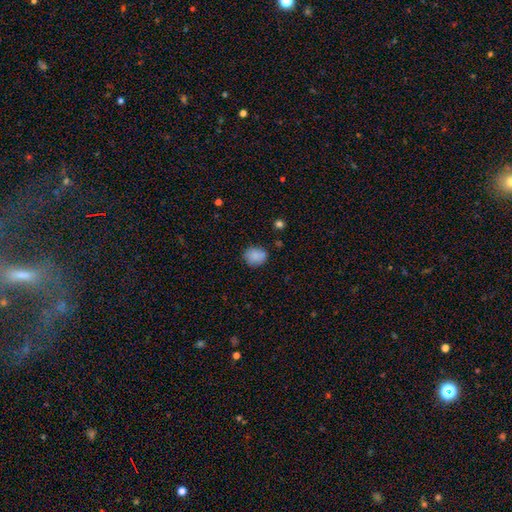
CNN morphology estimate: Smooth or featured?
  - smooth: 86% *
  - star or artifact: 9%
  - featured or disk: 5%
How rounded?
  - round: 57% *
  - in between: 42%
  - cigar-shaped: 1%
Merging?
  - none: 80% *
  - minor disturbance: 15%
  - major disturbance: 3%
  - merger: 2%